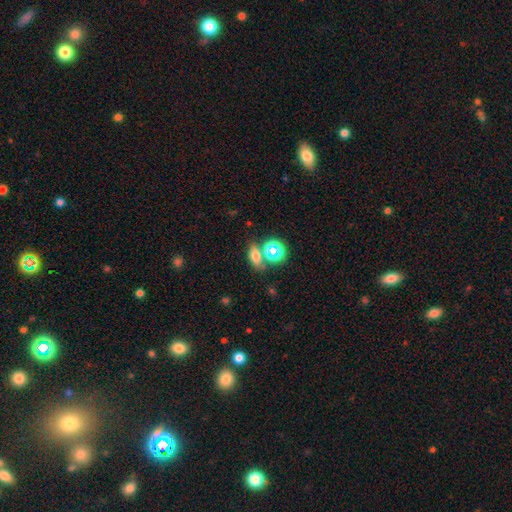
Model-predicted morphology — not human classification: This appears to be a smooth galaxy with no disk features (61%) that is in between round and cigar-shaped (68%). Merging: none (65%).